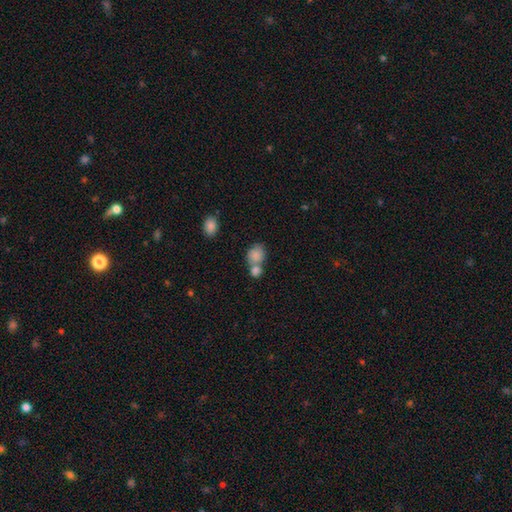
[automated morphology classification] The model was most divided on "how rounded": round: 58%, in between: 41%, cigar-shaped: 1%. More confident: smooth or featured — smooth (84%); merging — merger (52%).